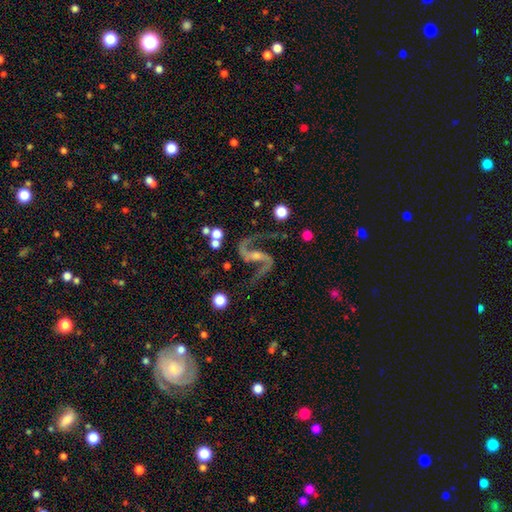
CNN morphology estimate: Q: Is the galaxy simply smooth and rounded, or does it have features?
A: featured or disk — 92%.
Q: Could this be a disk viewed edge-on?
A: no — 97%.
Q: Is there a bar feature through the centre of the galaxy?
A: weak — 38%, tied with strong.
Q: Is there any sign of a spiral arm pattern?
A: yes — 98%.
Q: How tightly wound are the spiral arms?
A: loose — 47%.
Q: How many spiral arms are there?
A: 2 — 94%.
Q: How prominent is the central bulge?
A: small — 56%.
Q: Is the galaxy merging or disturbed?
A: none — 76%.